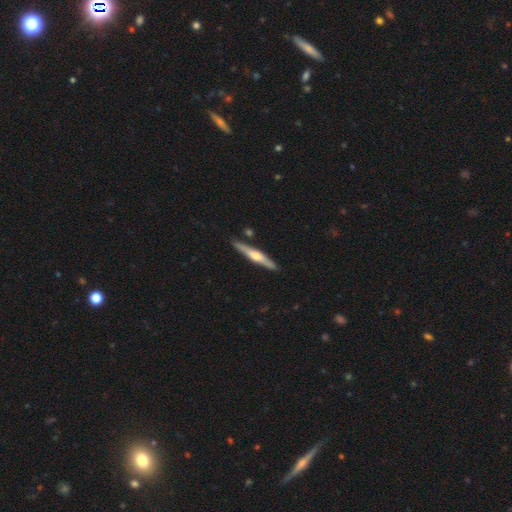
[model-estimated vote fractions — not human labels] A featured or disk galaxy (62%) viewed edge-on (96%) with a rounded central bulge (83%). Merging: none (87%).